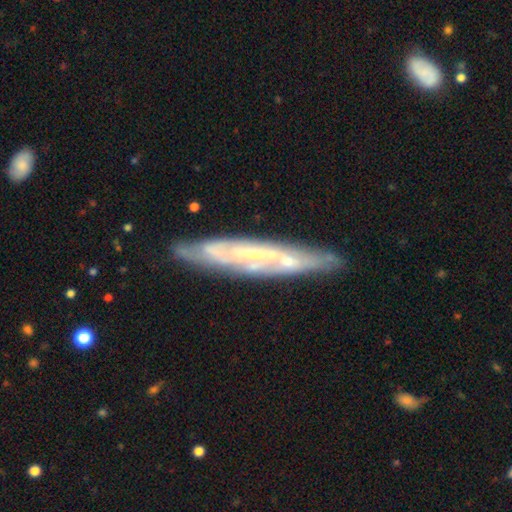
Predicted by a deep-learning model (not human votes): A featured or disk galaxy (75%) viewed edge-on (54%).

Vote fractions:
- Smooth or featured? featured or disk: 75% / smooth: 19% / star or artifact: 6%
- Edge-on disk? yes: 54% / no: 46%
- Merging? none: 77% / minor disturbance: 16% / major disturbance: 4% / merger: 3%